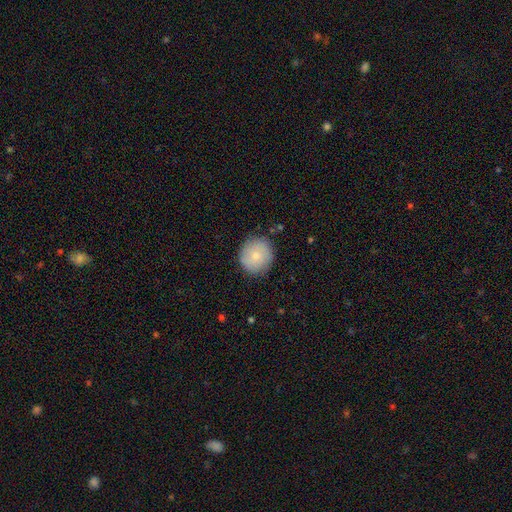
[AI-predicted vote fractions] This is likely a smooth galaxy (77%). How rounded: clearly round (90%). Merging: clearly none (85%).